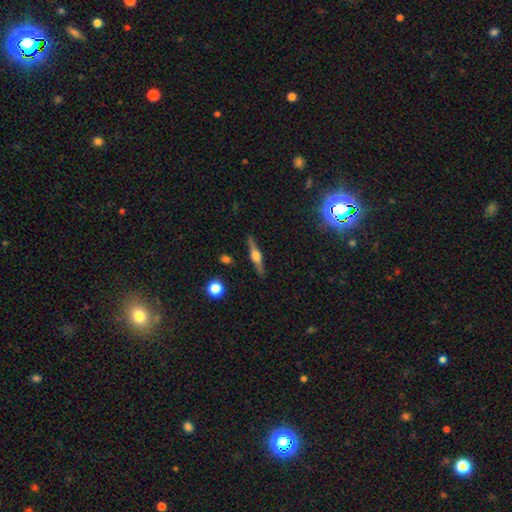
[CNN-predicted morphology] Q: Smooth or featured?
A: featured or disk (75%); runner-up: smooth (18%)
Q: Edge-on disk?
A: yes (97%); runner-up: no (3%)
Q: Edge-on bulge?
A: rounded (91%); runner-up: boxy (7%)
Q: Merging?
A: none (88%); runner-up: minor disturbance (8%)